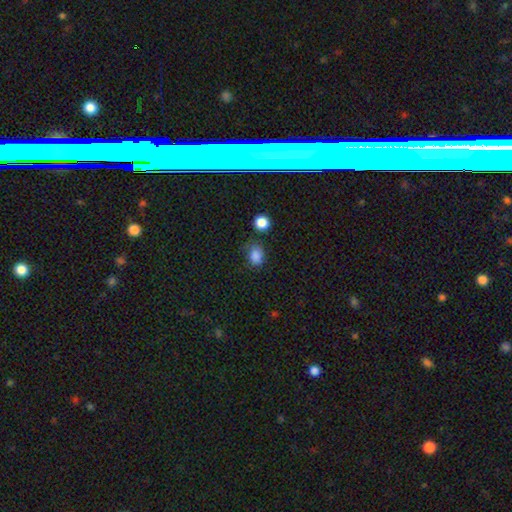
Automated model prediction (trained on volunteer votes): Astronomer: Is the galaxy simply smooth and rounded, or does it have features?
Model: smooth — 84%.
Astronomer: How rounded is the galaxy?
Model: in between — 52% (runner-up: round, 47%).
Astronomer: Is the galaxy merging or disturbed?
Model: none — 64%.